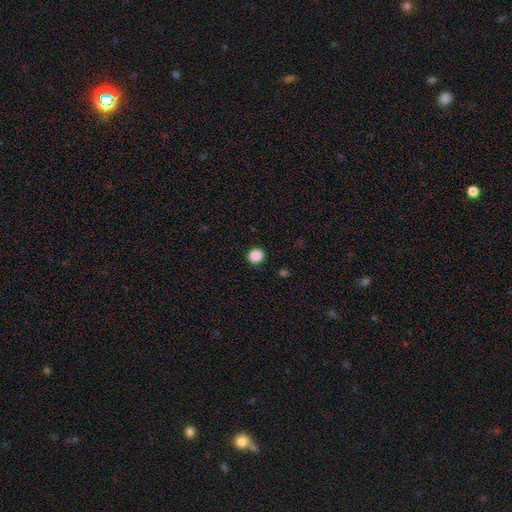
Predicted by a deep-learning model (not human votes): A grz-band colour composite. It shows a smooth galaxy with no disk features (88%) that is round (79%). Merging: none (91%).